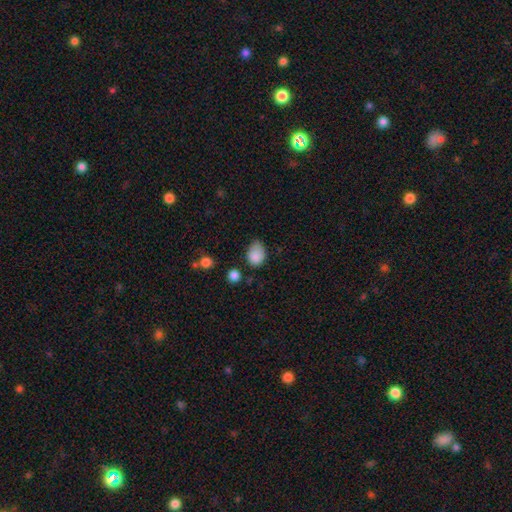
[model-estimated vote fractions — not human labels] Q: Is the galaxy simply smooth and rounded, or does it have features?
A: smooth — 84%.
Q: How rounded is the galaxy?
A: in between — 70%.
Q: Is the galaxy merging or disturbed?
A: none — 43%, tied with minor disturbance.